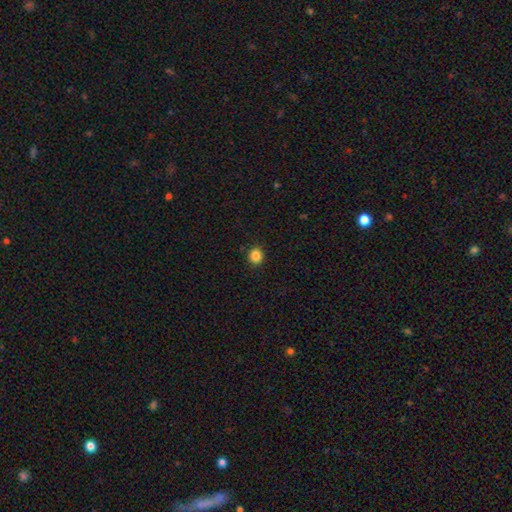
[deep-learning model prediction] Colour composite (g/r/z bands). It shows a smooth galaxy with no disk features (85%) that is round (82%). Merging: none (90%).